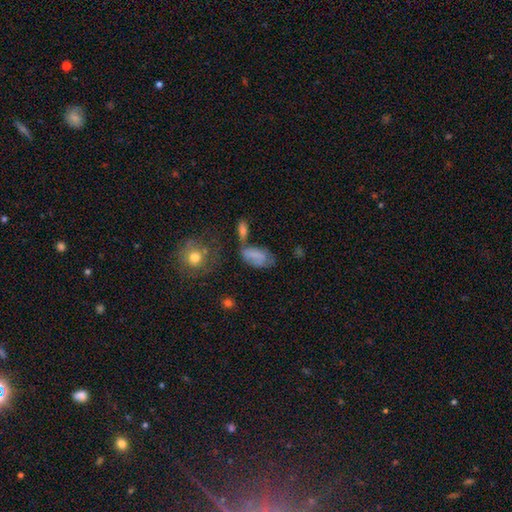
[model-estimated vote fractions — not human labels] The model was most divided on "merging": none: 37%, minor disturbance: 24%, merger: 19%, major disturbance: 19%. More confident: how rounded — in between (89%); smooth or featured — smooth (65%).